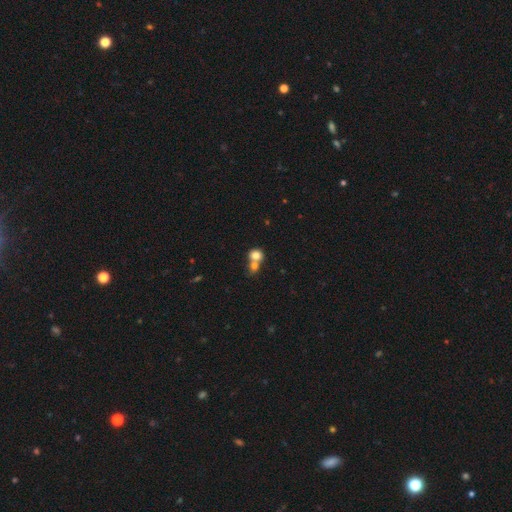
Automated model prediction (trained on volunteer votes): smooth 78%, featured or disk 12%, star or artifact 10%. Down the decision tree: how rounded — round (75%); merging — merger (61%).